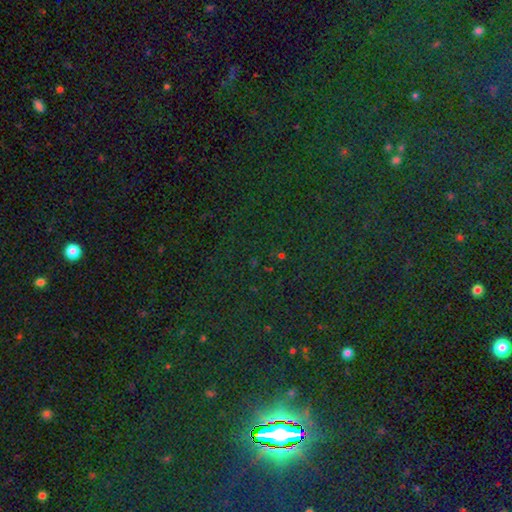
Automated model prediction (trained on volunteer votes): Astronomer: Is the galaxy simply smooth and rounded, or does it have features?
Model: star or artifact — 85%.